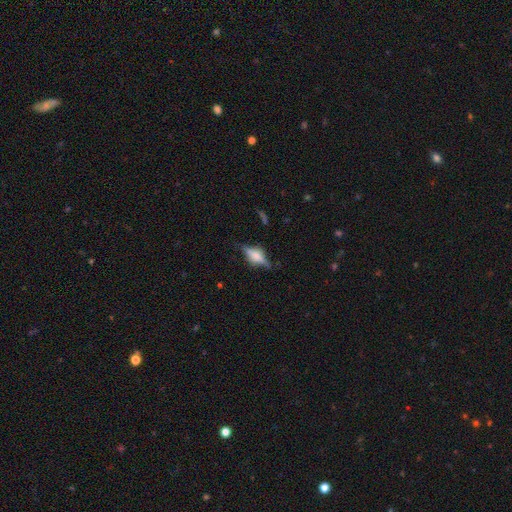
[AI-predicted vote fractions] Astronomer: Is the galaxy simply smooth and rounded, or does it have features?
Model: featured or disk — 65%.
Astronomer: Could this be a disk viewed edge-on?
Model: yes — 94%.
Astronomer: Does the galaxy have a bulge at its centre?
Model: rounded — 78%.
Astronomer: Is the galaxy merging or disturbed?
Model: none — 76%.